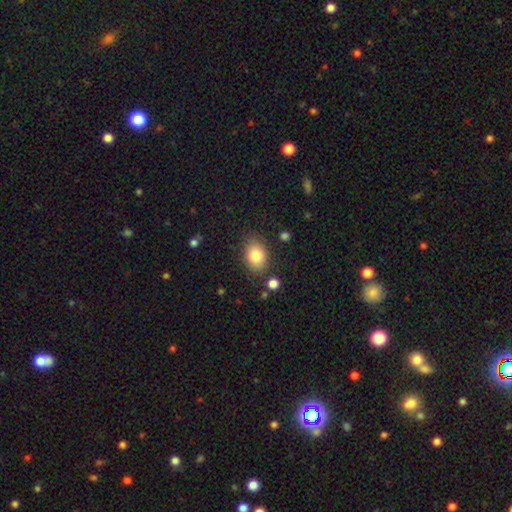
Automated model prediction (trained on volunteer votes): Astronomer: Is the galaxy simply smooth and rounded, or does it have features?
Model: smooth — 83%.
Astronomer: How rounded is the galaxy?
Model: in between — 72%.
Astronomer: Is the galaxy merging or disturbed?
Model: none — 81%.